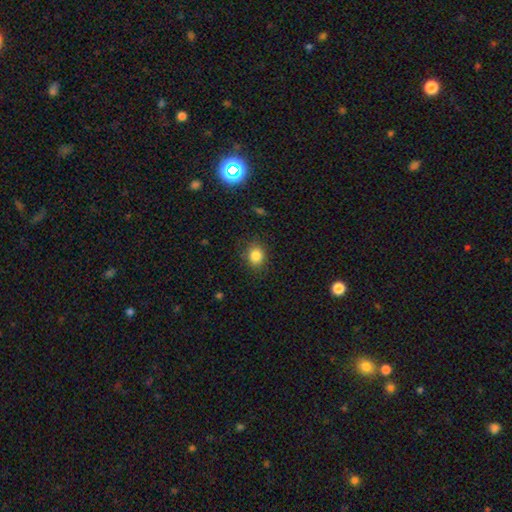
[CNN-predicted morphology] A smooth galaxy with no disk features (84%) that is round (61%). Merging: none (83%).